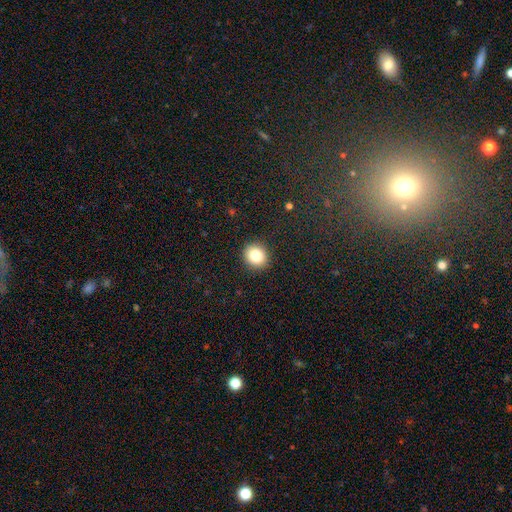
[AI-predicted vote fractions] This appears to be a smooth galaxy with no disk features (83%) that is round (80%). Merging: none (91%).